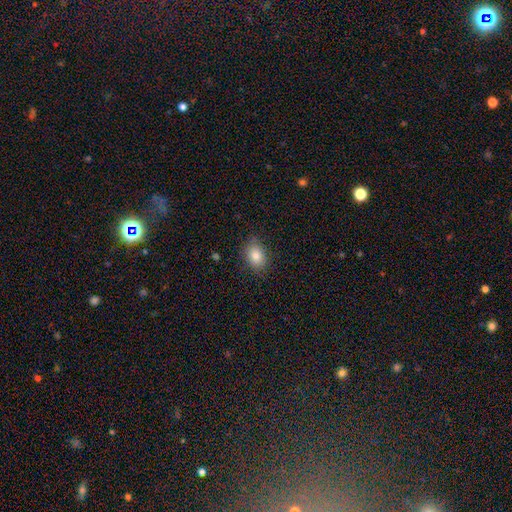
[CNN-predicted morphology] Smooth or featured? smooth (84%)
How rounded? in between (74%)
Merging? none (82%)